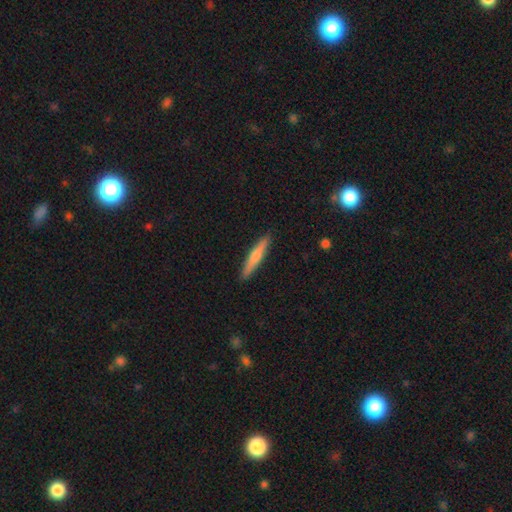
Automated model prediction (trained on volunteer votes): Smooth or featured: smooth — 56% (featured or disk — 39%)
How rounded: cigar-shaped — 93% (in between — 6%)
Merging: none — 91% (minor disturbance — 6%)